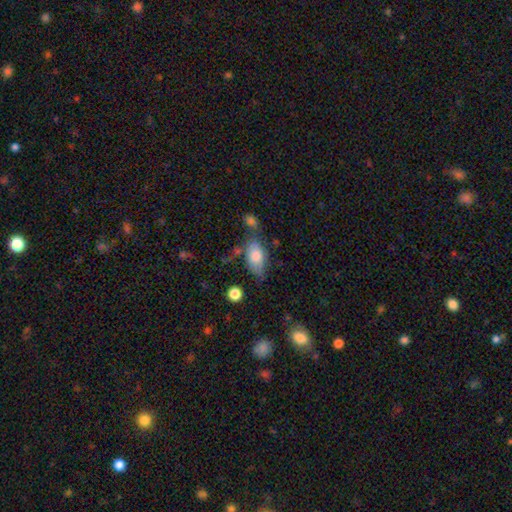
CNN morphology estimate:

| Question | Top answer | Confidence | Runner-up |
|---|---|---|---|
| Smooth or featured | smooth | 75% | featured or disk (17%) |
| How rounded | in between | 90% | round (6%) |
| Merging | none | 49% | minor disturbance (29%) |